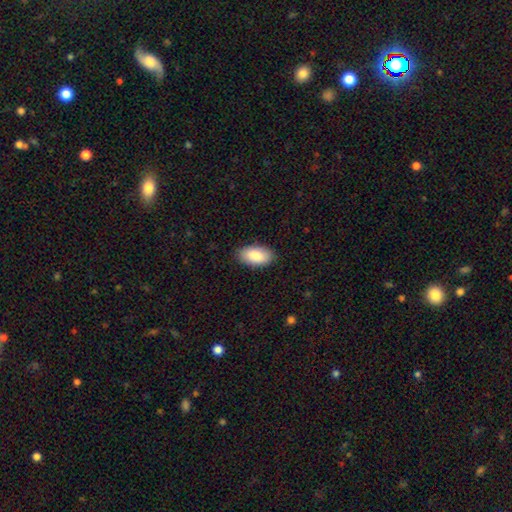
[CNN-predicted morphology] This is clearly a smooth galaxy (87%). How rounded: clearly in between (95%). Merging: clearly none (88%).